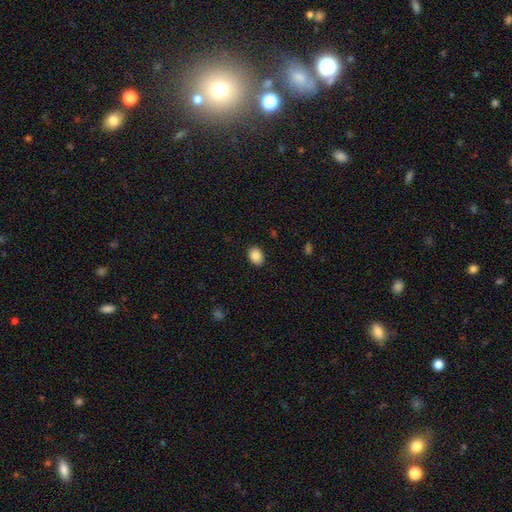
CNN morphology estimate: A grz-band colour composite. It shows a smooth galaxy with no disk features (87%) that is in between round and cigar-shaped (67%). Merging: none (87%).